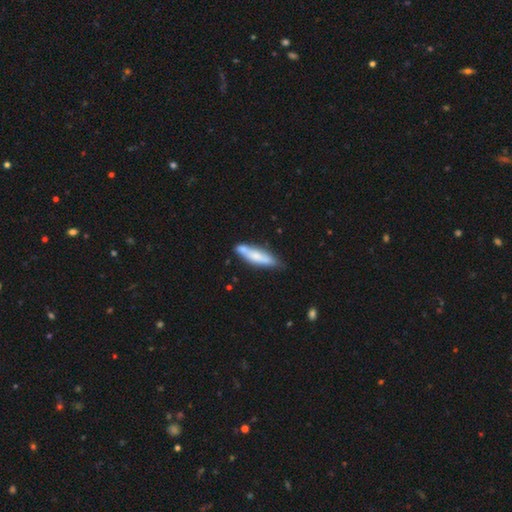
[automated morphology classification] Q: Smooth or featured?
A: smooth (67%); runner-up: featured or disk (28%)
Q: How rounded?
A: cigar-shaped (76%); runner-up: in between (23%)
Q: Merging?
A: none (63%); runner-up: minor disturbance (21%)